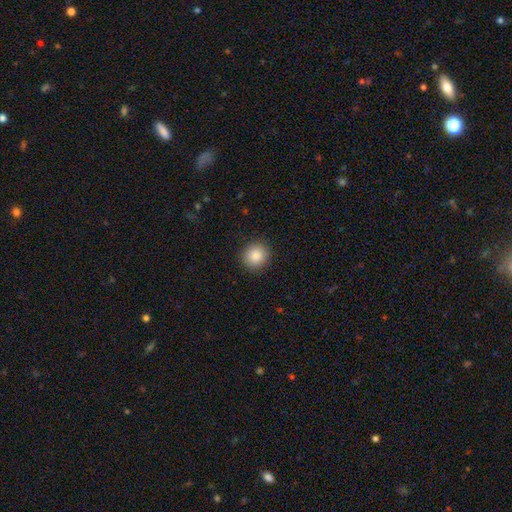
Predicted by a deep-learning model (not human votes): Morphology: type=smooth (87%); roundness=round (92%); merging=none (91%).